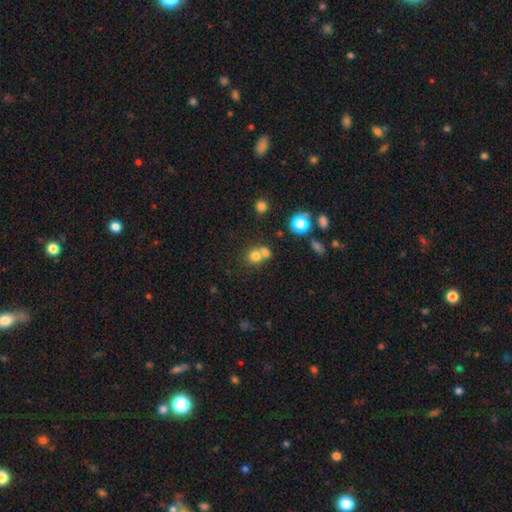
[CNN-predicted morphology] Q: Smooth or featured?
A: smooth (74%); runner-up: star or artifact (15%)
Q: How rounded?
A: round (81%); runner-up: in between (18%)
Q: Merging?
A: merger (46%); runner-up: none (43%)